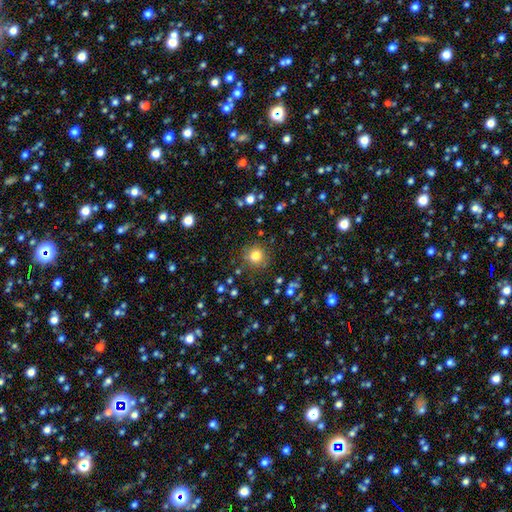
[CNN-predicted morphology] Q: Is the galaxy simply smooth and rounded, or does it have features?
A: smooth — 79%.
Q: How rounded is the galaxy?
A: round — 92%.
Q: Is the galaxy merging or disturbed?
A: none — 85%.